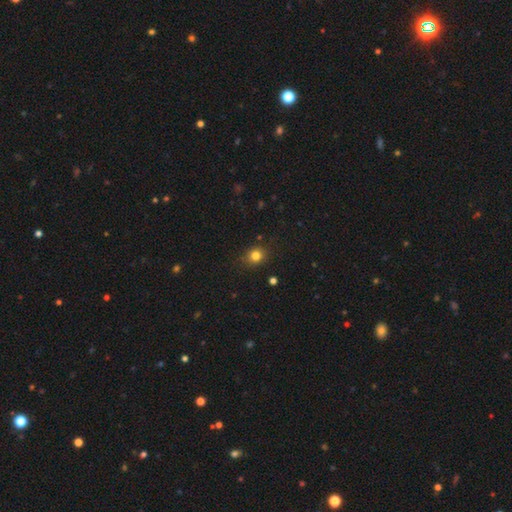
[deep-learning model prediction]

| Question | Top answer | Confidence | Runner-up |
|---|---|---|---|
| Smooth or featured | smooth | 80% | star or artifact (14%) |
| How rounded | round | 76% | in between (23%) |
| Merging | none | 85% | minor disturbance (11%) |